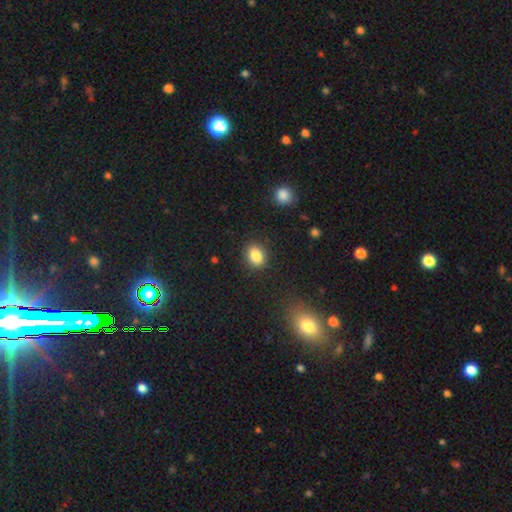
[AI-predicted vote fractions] smooth-or-featured: smooth: 85% | star or artifact: 9% | featured or disk: 5%
  how-rounded: in between: 72% | round: 26% | cigar-shaped: 2%
  merging: none: 87% | minor disturbance: 9% | major disturbance: 3% | merger: 1%